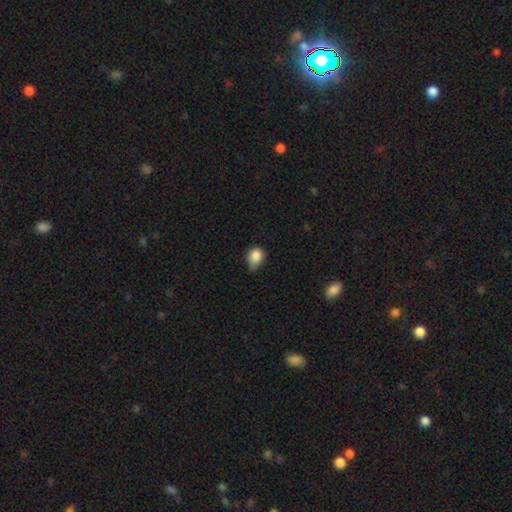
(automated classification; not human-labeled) Q: Smooth or featured?
A: smooth (86%); runner-up: star or artifact (9%)
Q: How rounded?
A: in between (55%); runner-up: round (44%)
Q: Merging?
A: minor disturbance (45%); tied with: none (45%)